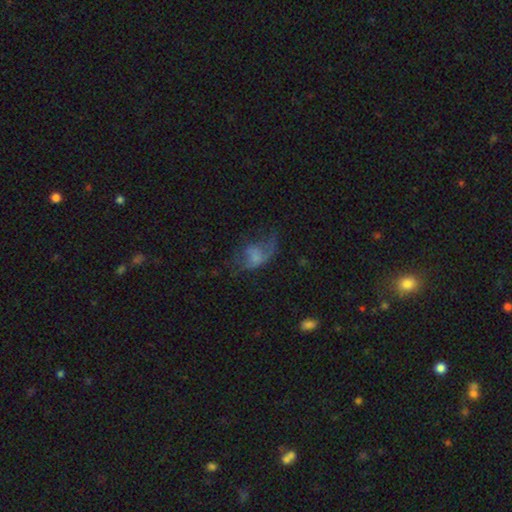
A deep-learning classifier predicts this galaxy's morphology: A smooth galaxy with no disk features (44%). Merging: major disturbance (48%).